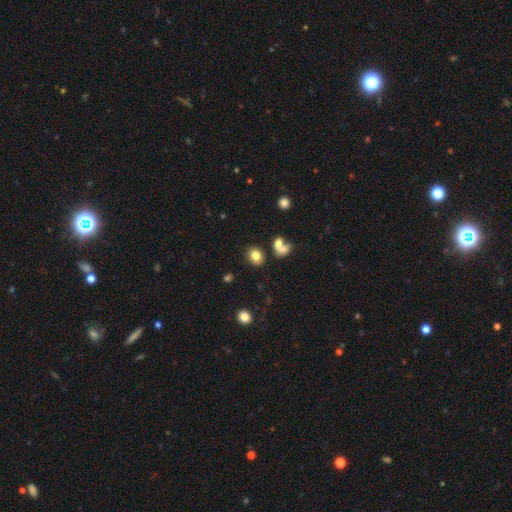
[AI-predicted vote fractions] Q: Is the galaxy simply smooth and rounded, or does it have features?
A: smooth — 80%.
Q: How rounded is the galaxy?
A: round — 58%.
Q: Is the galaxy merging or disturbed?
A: none — 75%.